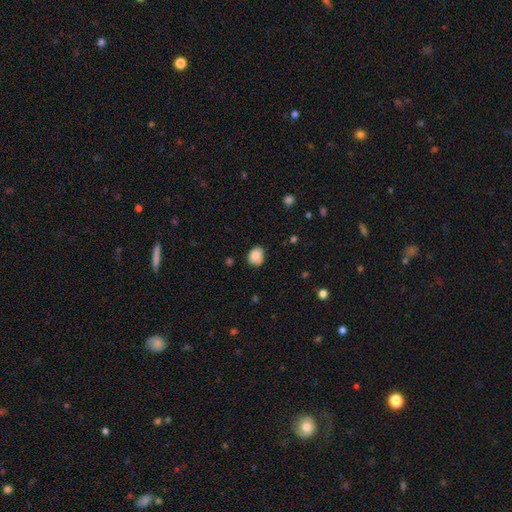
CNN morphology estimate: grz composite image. It shows a smooth galaxy with no disk features (87%) that is round (55%). Merging: none (73%).